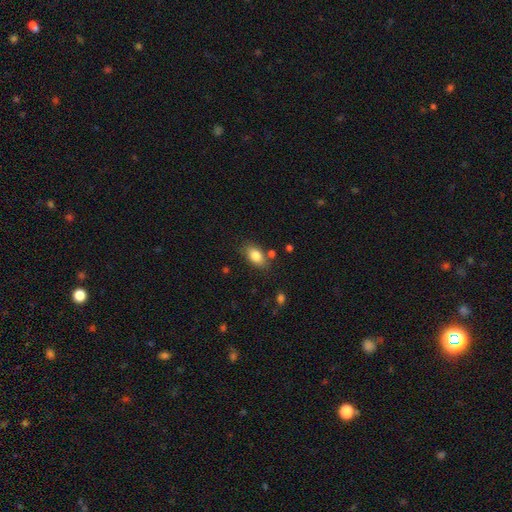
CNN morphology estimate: The model was most divided on "merging": none: 75%, minor disturbance: 15%, merger: 6%, major disturbance: 4%. More confident: how rounded — in between (87%); smooth or featured — smooth (82%).